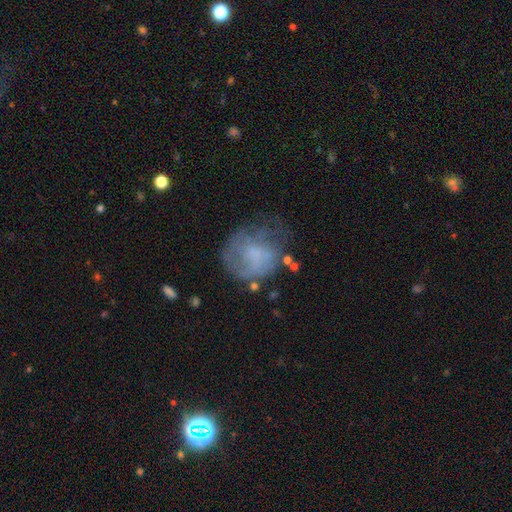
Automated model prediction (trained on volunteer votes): Morphology: type=smooth (47%); merging=none (45%).